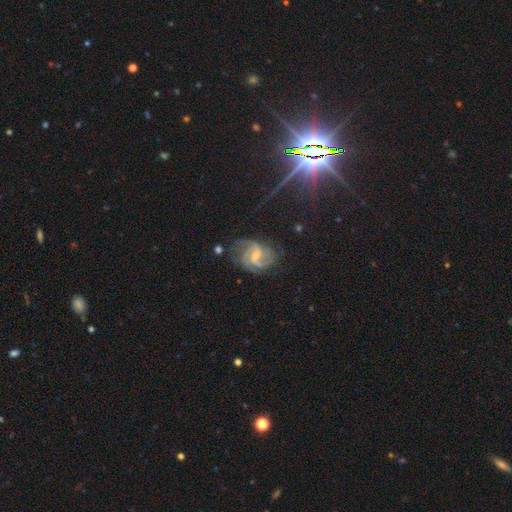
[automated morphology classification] Q: Smooth or featured?
A: featured or disk (86%); runner-up: star or artifact (7%)
Q: Edge-on disk?
A: no (98%); runner-up: yes (2%)
Q: Bar?
A: weak (56%); runner-up: no (28%)
Q: Spiral arms?
A: yes (97%); runner-up: no (3%)
Q: Spiral winding?
A: medium (52%); runner-up: tight (29%)
Q: Spiral arm count?
A: 3 (36%); runner-up: 2 (28%)
Q: Bulge size?
A: small (54%); runner-up: moderate (33%)
Q: Merging?
A: none (67%); runner-up: minor disturbance (19%)